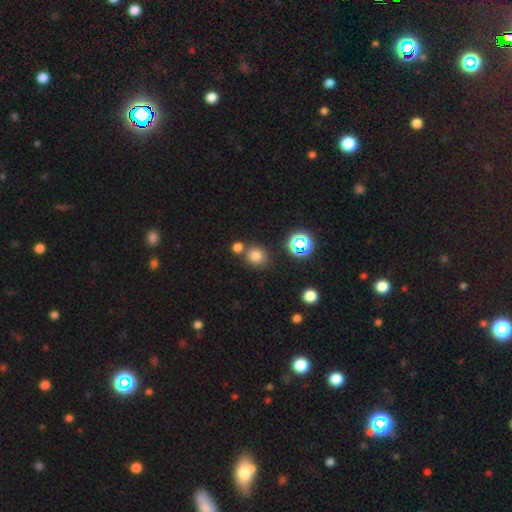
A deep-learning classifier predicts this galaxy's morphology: smooth 75%, star or artifact 19%, featured or disk 6%. Down the decision tree: how rounded — round (81%); merging — none (71%).